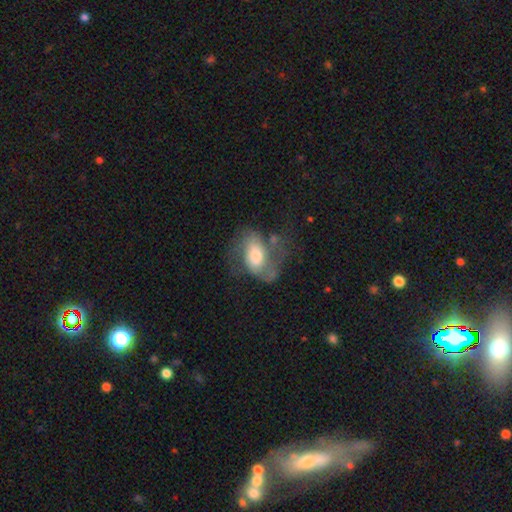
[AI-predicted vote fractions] featured or disk 56%, smooth 37%, star or artifact 7%. Down the decision tree: edge-on disk — no (94%); bar — no (46%); spiral arms — yes (74%); bulge size — moderate (52%); merging — none (39%).